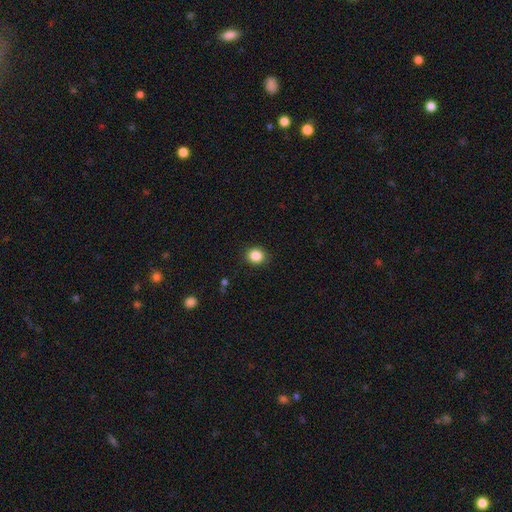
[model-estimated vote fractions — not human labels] A smooth galaxy with no disk features (86%) that is round (79%).

Vote fractions:
- Smooth or featured? smooth: 86% / star or artifact: 10% / featured or disk: 4%
- How rounded? round: 79% / in between: 20% / cigar-shaped: 1%
- Merging? none: 90% / minor disturbance: 7% / major disturbance: 2% / merger: 1%